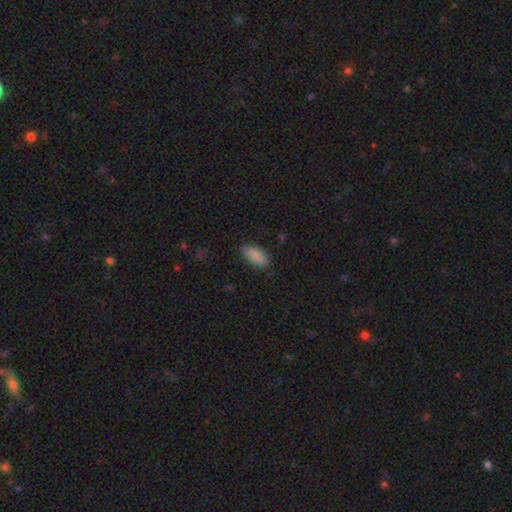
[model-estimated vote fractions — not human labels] A smooth galaxy with no disk features (87%) that is in between round and cigar-shaped (84%). Merging: none (83%).